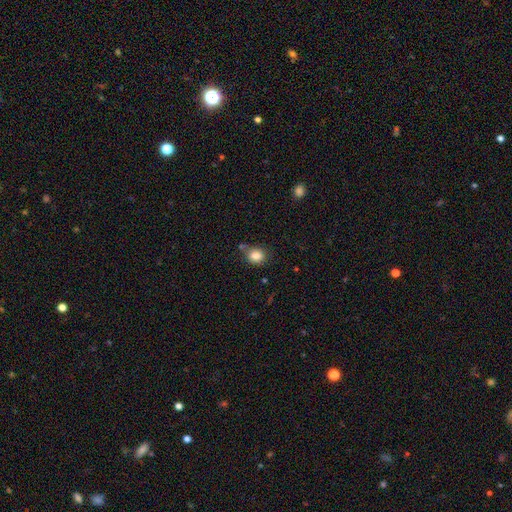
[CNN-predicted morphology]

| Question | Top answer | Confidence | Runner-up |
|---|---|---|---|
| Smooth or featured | smooth | 85% | star or artifact (10%) |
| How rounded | round | 62% | in between (37%) |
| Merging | none | 69% | minor disturbance (18%) |